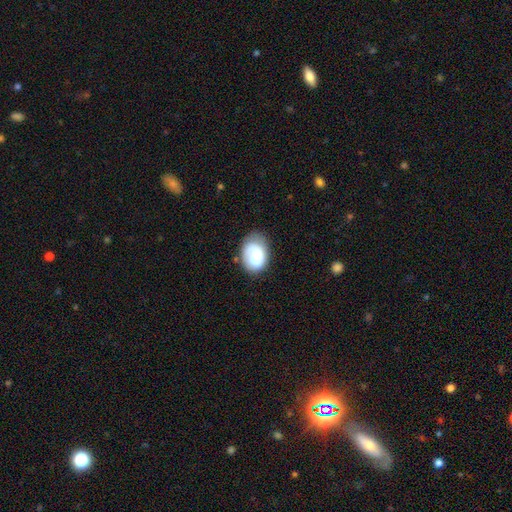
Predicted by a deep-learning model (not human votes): Smooth or featured?
  - smooth: 59% *
  - featured or disk: 34%
  - star or artifact: 7%
How rounded?
  - in between: 74% *
  - round: 25%
  - cigar-shaped: 1%
Merging?
  - none: 62% *
  - minor disturbance: 25%
  - major disturbance: 10%
  - merger: 3%